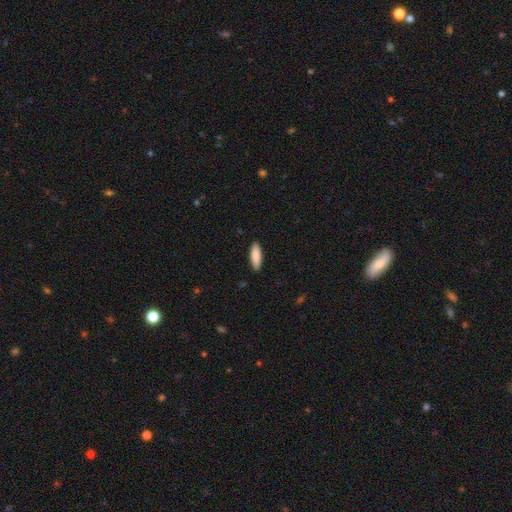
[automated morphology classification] A smooth galaxy with no disk features (87%) that is cigar-shaped (51%).

Vote fractions:
- Smooth or featured? smooth: 87% / featured or disk: 7% / star or artifact: 5%
- How rounded? cigar-shaped: 51% / in between: 48% / round: 1%
- Merging? none: 89% / minor disturbance: 8% / major disturbance: 2% / merger: 1%